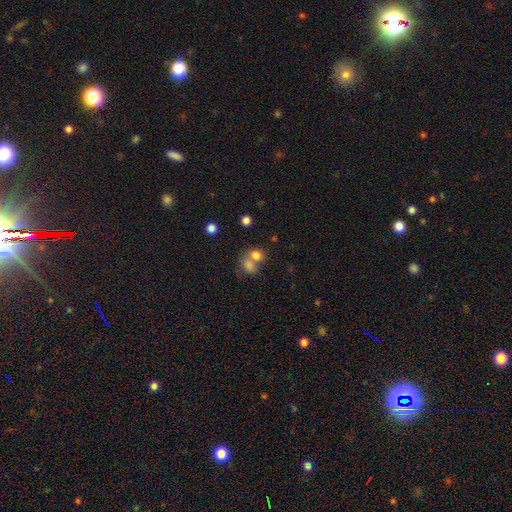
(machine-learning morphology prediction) This is likely a smooth galaxy (77%). How rounded: possibly in between (50%). Merging: possibly merger (58%).